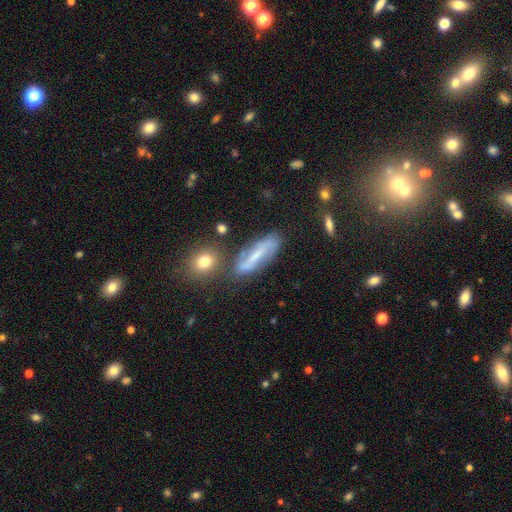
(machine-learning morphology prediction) A featured or disk galaxy (61%). Merging: none (68%).